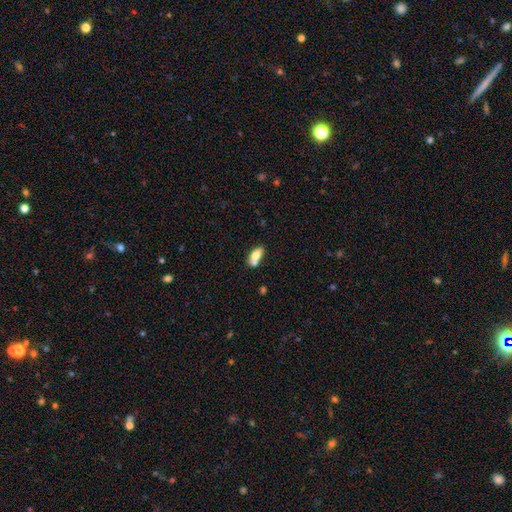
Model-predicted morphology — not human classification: smooth_or_featured: smooth (p=0.71) [alt: featured or disk p=0.22]
how_rounded: in between (p=0.86) [alt: cigar-shaped p=0.07]
merging: none (p=0.48) [alt: merger p=0.36]